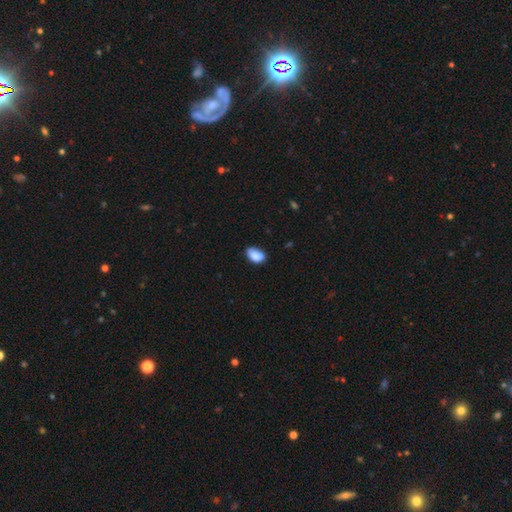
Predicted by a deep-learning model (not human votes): A smooth galaxy with no disk features (87%) that is in between round and cigar-shaped (89%). Merging: none (68%).